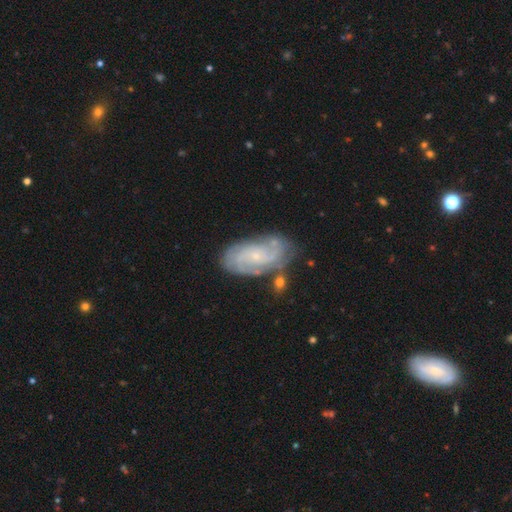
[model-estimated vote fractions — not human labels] Smooth or featured: featured or disk — 81% (smooth — 13%)
Edge-on disk: no — 96% (yes — 4%)
Bar: no — 65% (weak — 29%)
Spiral arms: yes — 95% (no — 5%)
Spiral winding: tight — 56% (medium — 35%)
Spiral arm count: 2 — 38% (can't tell — 26%)
Bulge size: small — 80% (moderate — 14%)
Merging: none — 70% (minor disturbance — 18%)